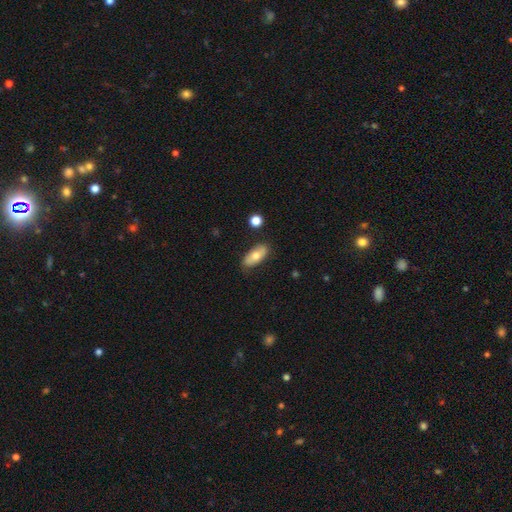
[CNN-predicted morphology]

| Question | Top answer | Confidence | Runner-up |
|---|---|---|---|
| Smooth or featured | smooth | 66% | featured or disk (27%) |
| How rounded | in between | 82% | cigar-shaped (14%) |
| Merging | none | 82% | minor disturbance (13%) |